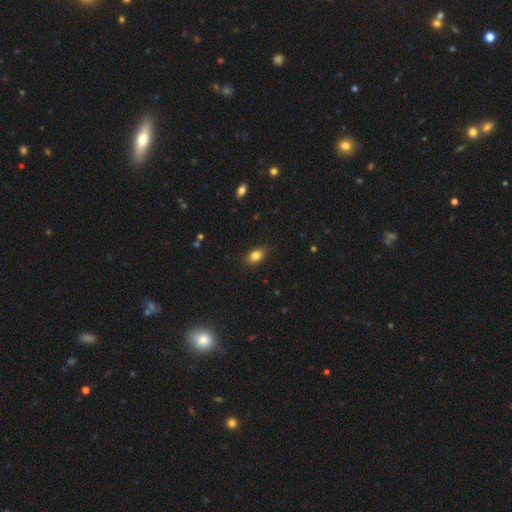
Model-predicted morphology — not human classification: This appears to be a smooth galaxy with no disk features (83%) that is in between round and cigar-shaped (84%). Merging: none (87%).